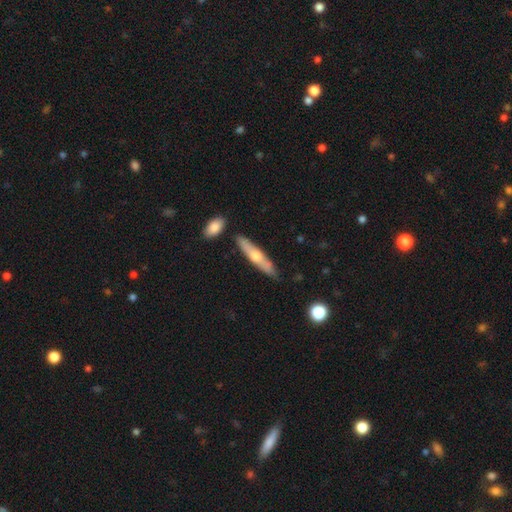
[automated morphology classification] Q: Smooth or featured?
A: featured or disk (50%); runner-up: smooth (45%)
Q: Merging?
A: none (80%); runner-up: minor disturbance (12%)